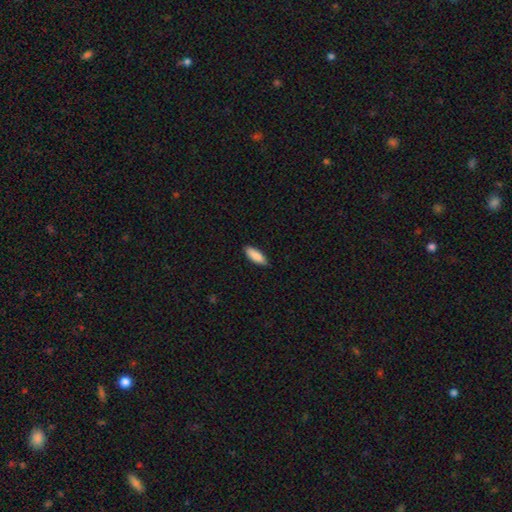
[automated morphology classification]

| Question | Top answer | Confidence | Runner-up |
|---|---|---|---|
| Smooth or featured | smooth | 88% | featured or disk (6%) |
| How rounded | in between | 67% | cigar-shaped (31%) |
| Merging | none | 87% | minor disturbance (10%) |